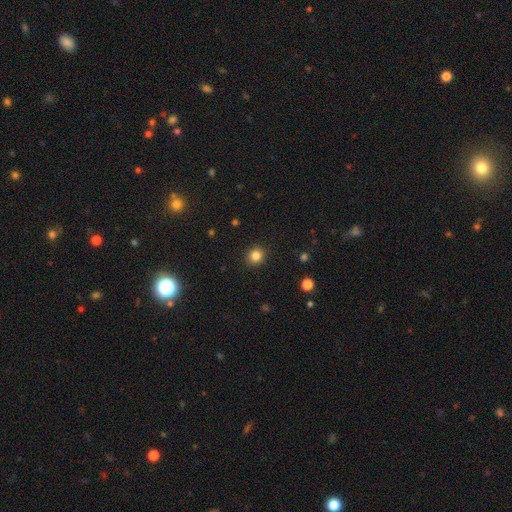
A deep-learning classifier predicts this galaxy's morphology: smooth 84%, star or artifact 12%, featured or disk 5%. Down the decision tree: how rounded — round (86%); merging — none (92%).